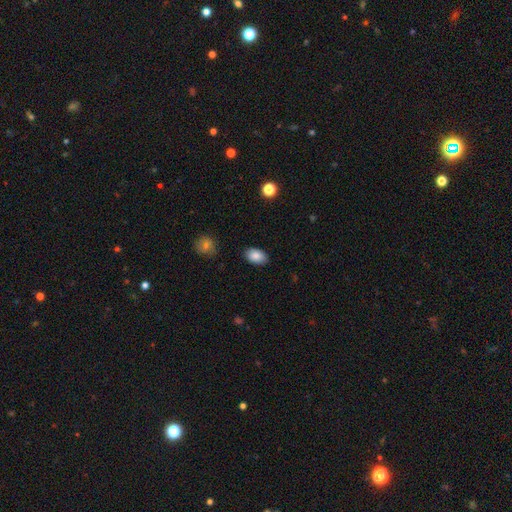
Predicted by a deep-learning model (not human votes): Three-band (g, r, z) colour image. It shows a smooth galaxy with no disk features (87%) that is in between round and cigar-shaped (90%). Merging: none (87%).